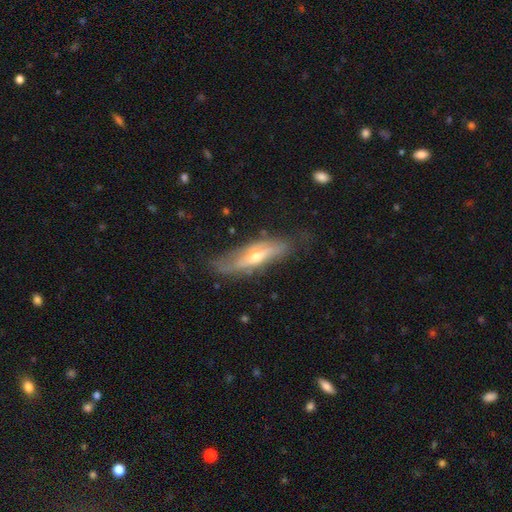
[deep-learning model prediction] featured or disk 64%, smooth 30%, star or artifact 7%. Down the decision tree: edge-on disk — yes (61%); merging — none (66%).